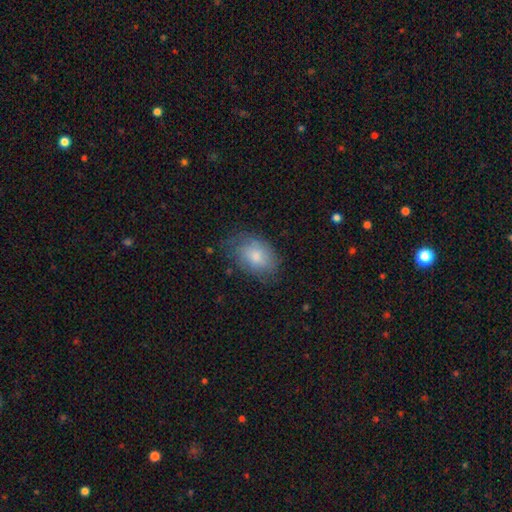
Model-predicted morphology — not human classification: Smooth or featured? Predicted: smooth (p=0.74). How rounded? Predicted: in between (p=0.83). Merging? Predicted: none (p=0.64).